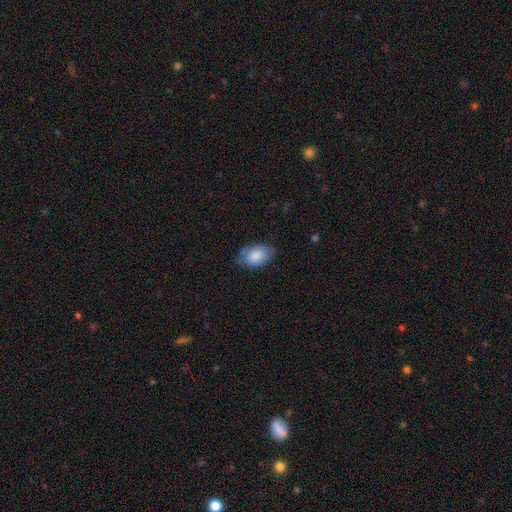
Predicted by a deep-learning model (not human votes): The model was most divided on "merging": none: 70%, minor disturbance: 24%, major disturbance: 5%, merger: 1%. More confident: how rounded — in between (91%); smooth or featured — smooth (83%).